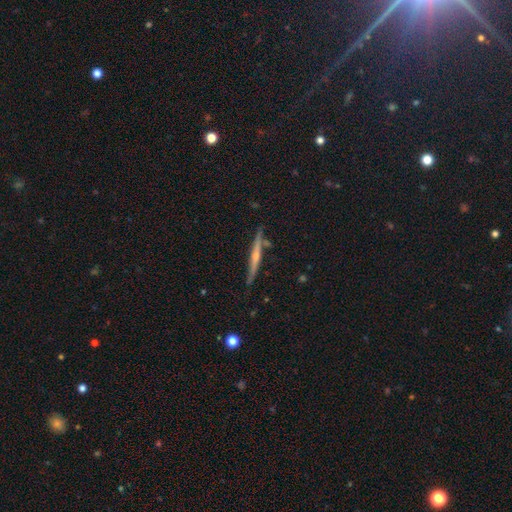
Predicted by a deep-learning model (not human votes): Smooth or featured? featured or disk (70%)
Edge-on disk? yes (96%)
Edge-on bulge? rounded (69%)
Merging? none (78%)